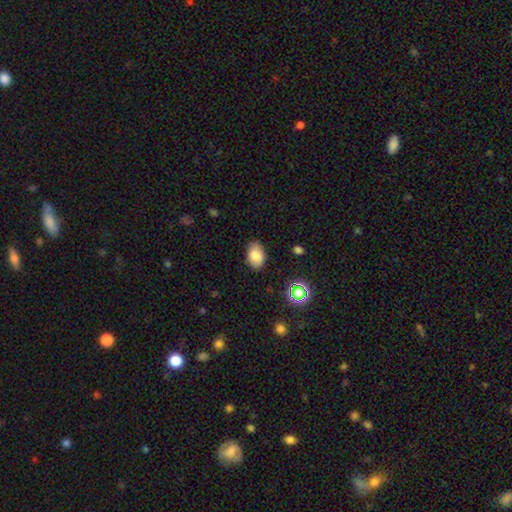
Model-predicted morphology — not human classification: type=smooth (83%); roundness=in between (86%); merging=none (80%).